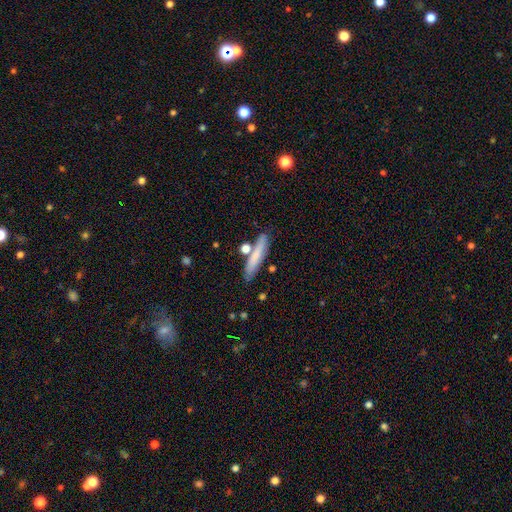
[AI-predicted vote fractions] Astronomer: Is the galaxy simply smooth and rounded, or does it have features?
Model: smooth — 71%.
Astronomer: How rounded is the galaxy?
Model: cigar-shaped — 88%.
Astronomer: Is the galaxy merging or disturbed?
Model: none — 76%.